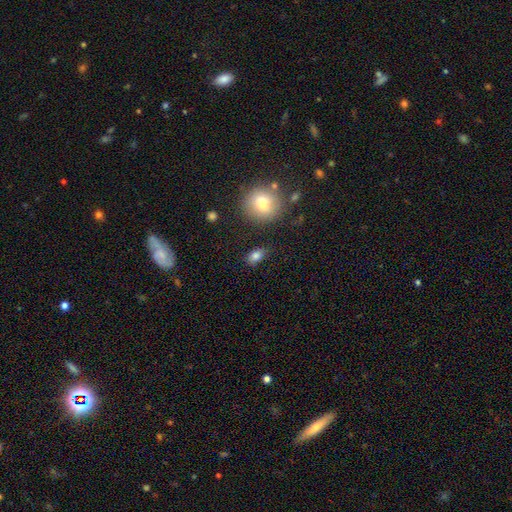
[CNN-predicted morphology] Smooth or featured: smooth — 83% (star or artifact — 10%)
How rounded: in between — 81% (round — 16%)
Merging: none — 81% (minor disturbance — 12%)